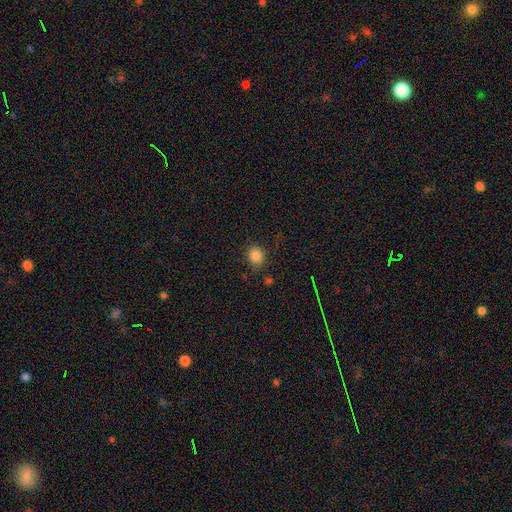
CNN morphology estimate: Smooth or featured? smooth (83%)
How rounded? round (73%)
Merging? none (81%)